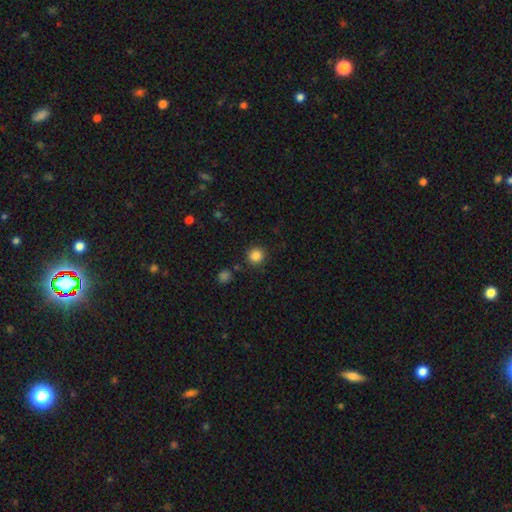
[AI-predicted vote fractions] smooth_or_featured: smooth (p=0.85) [alt: star or artifact p=0.11]
how_rounded: round (p=0.93) [alt: in between p=0.06]
merging: none (p=0.88) [alt: minor disturbance p=0.06]